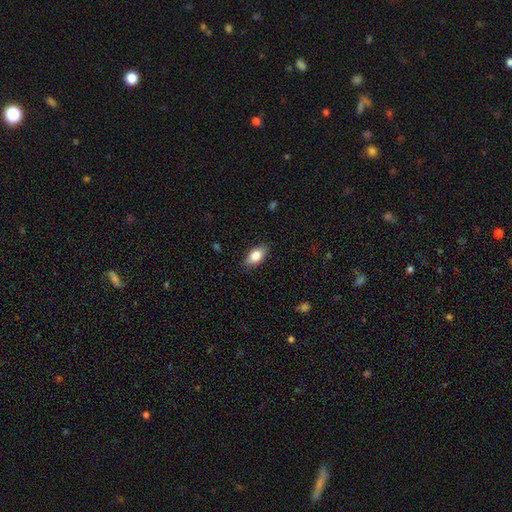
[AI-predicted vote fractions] A smooth galaxy with no disk features (81%) that is in between round and cigar-shaped (90%).

Vote fractions:
- Smooth or featured? smooth: 81% / featured or disk: 12% / star or artifact: 7%
- How rounded? in between: 90% / round: 5% / cigar-shaped: 5%
- Merging? none: 86% / minor disturbance: 11% / major disturbance: 2% / merger: 1%